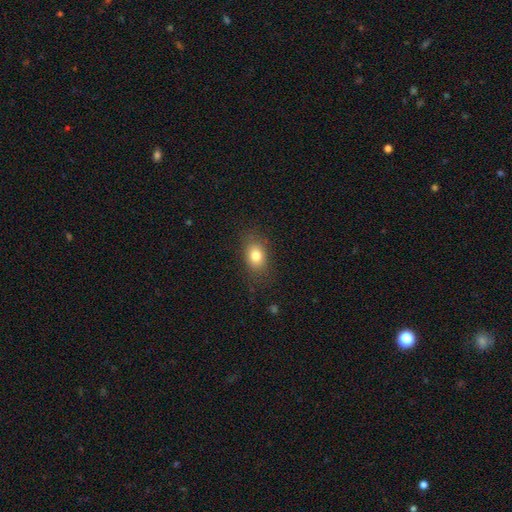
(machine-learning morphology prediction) Smooth or featured: smooth — 80% (star or artifact — 10%)
How rounded: in between — 71% (round — 27%)
Merging: none — 81% (minor disturbance — 13%)